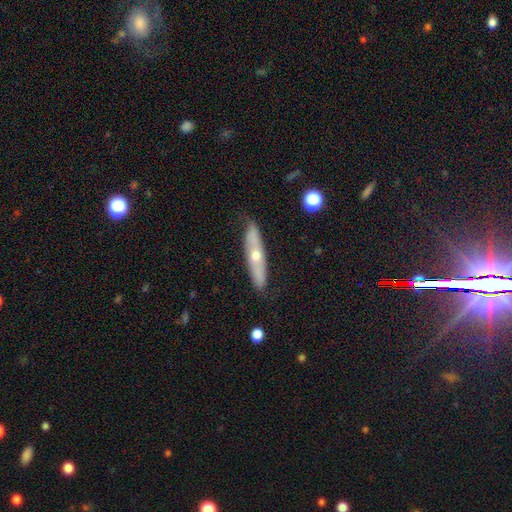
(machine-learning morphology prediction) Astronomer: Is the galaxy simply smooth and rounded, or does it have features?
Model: featured or disk — 51% (runner-up: smooth, 43%).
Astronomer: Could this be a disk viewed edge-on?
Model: yes — 66%.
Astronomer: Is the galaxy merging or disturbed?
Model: none — 82%.